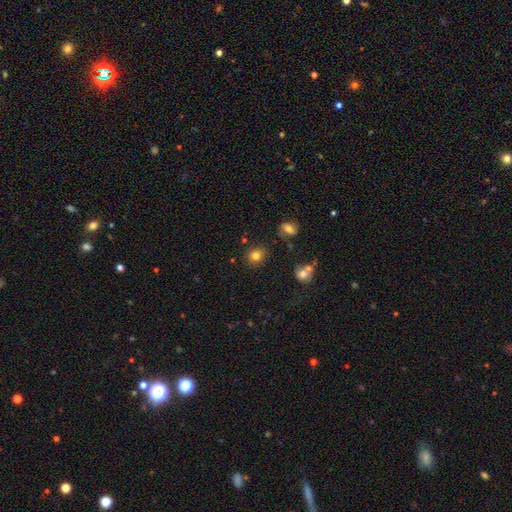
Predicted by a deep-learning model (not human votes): A smooth galaxy with no disk features (81%) that is round (81%). Merging: none (84%).